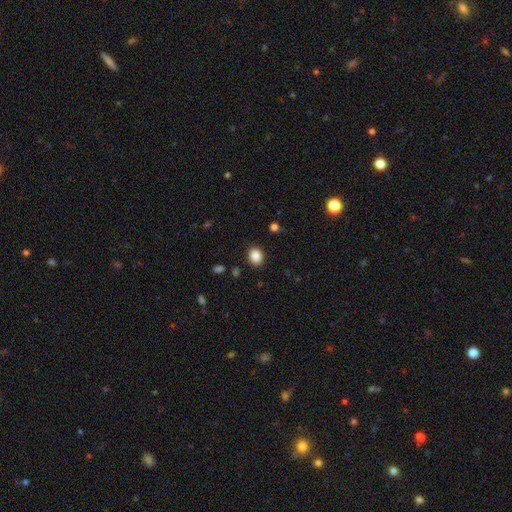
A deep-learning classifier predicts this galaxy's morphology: A smooth galaxy with no disk features (87%) that is round (51%).

Vote fractions:
- Smooth or featured? smooth: 87% / star or artifact: 9% / featured or disk: 4%
- How rounded? round: 51% / in between: 49% / cigar-shaped: 1%
- Merging? none: 88% / minor disturbance: 8% / major disturbance: 2% / merger: 1%